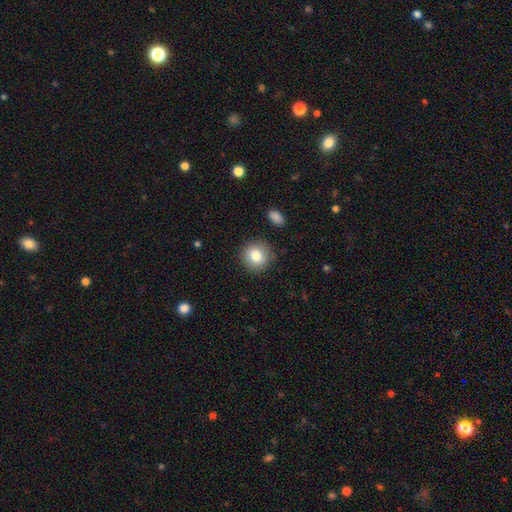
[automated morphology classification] smooth_or_featured: smooth (p=0.81) [alt: featured or disk p=0.10]
how_rounded: round (p=0.90) [alt: in between p=0.09]
merging: none (p=0.88) [alt: minor disturbance p=0.08]